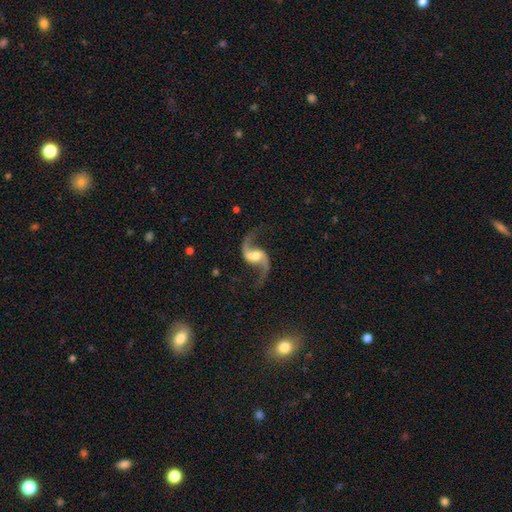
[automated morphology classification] This is clearly a featured or disk galaxy (92%). It is clearly not viewed edge-on (98%). Bar: marginally weak (40%). Spiral arm pattern: clearly yes (98%). Spiral arm count: clearly 2 (95%). Spiral winding: clearly loose (83%). Central bulge: possibly moderate (57%). Merging: clearly none (80%).